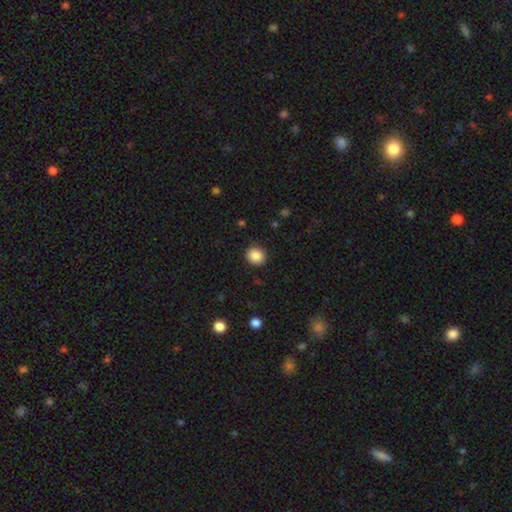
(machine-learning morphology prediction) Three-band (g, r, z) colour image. It shows a smooth galaxy with no disk features (87%) that is round (85%). Merging: none (90%).